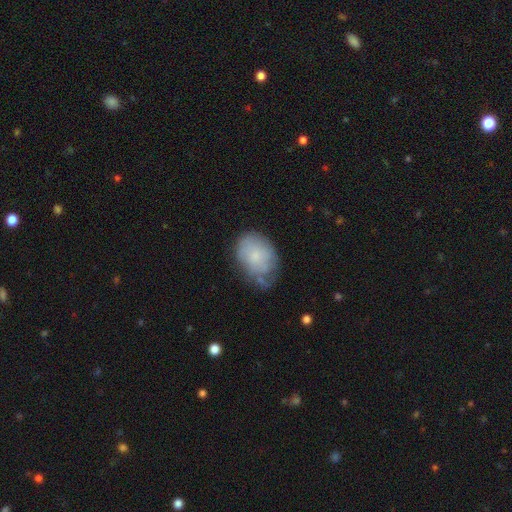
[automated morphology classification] Q: Smooth or featured?
A: smooth (64%); runner-up: featured or disk (29%)
Q: How rounded?
A: in between (72%); runner-up: round (27%)
Q: Merging?
A: none (47%); runner-up: minor disturbance (36%)